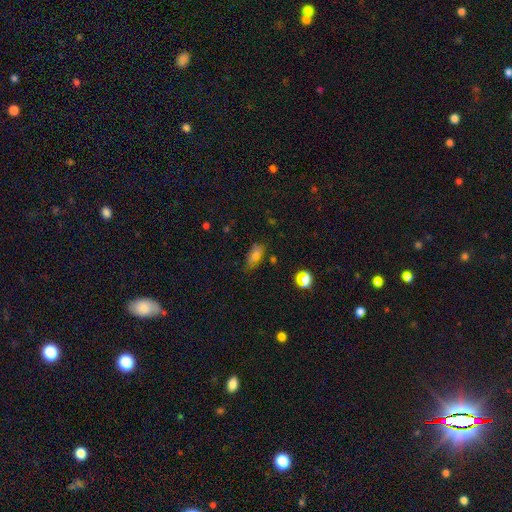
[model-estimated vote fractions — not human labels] Smooth or featured? smooth (69%)
How rounded? in between (79%)
Merging? none (73%)